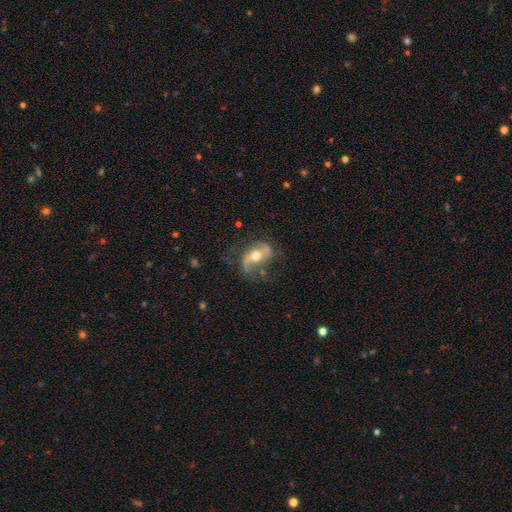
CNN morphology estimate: This appears to be a featured or disk galaxy (82%) with a weak bar (35%), 2 (85%) loose (61%) spiral arms (93%) and a moderate central bulge (72%). Merging: none (63%).